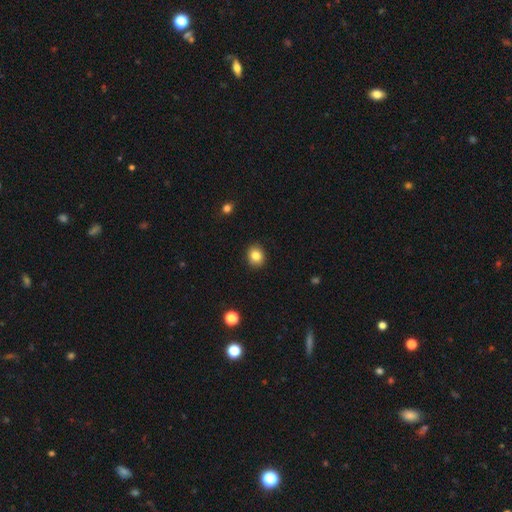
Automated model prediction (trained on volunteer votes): This is clearly a smooth galaxy (84%). How rounded: likely round (67%). Merging: clearly none (90%).